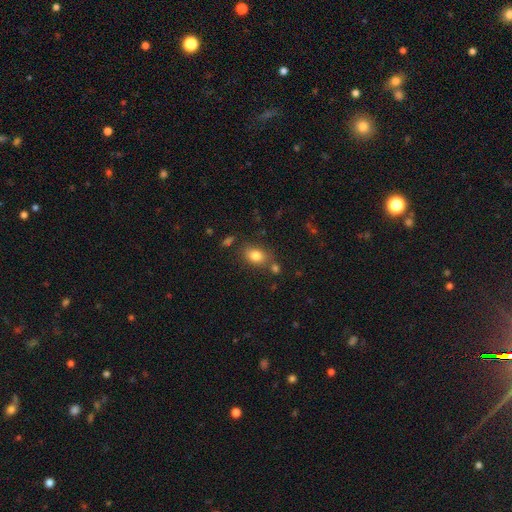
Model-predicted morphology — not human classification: A smooth galaxy with no disk features (82%) that is in between round and cigar-shaped (74%). Merging: none (72%).